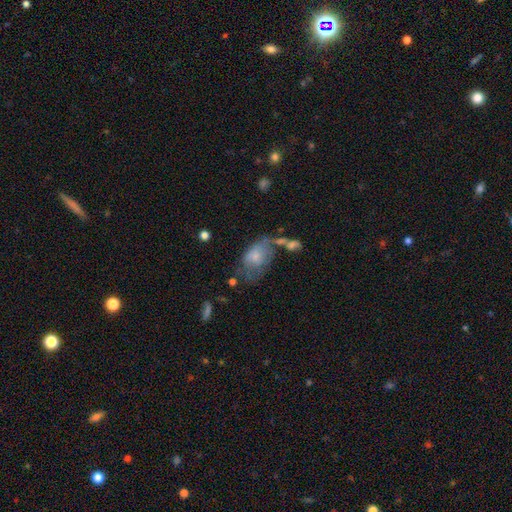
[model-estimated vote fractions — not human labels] smooth_or_featured: smooth (p=0.57) [alt: featured or disk p=0.34]
how_rounded: in between (p=0.87) [alt: round p=0.11]
merging: major disturbance (p=0.34) [alt: minor disturbance p=0.26]